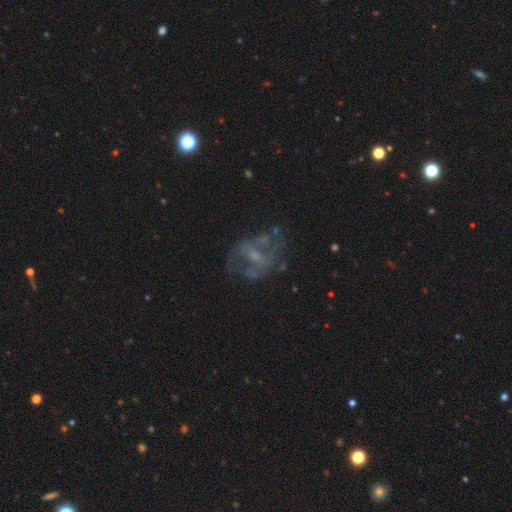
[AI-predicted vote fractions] featured or disk 65%, smooth 20%, star or artifact 14%. Down the decision tree: edge-on disk — no (96%); bar — no (51%); spiral arms — no (61%); bulge size — small (41%); merging — none (51%).